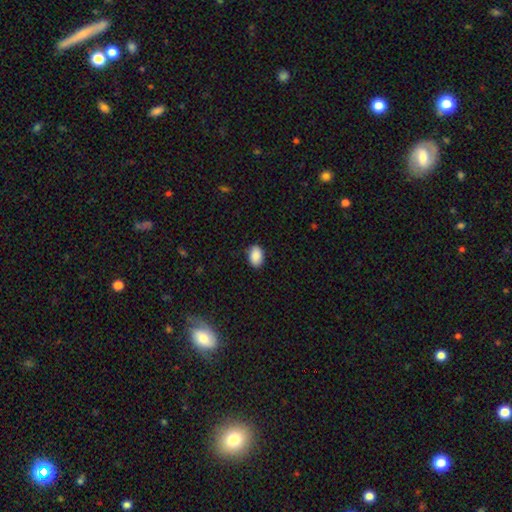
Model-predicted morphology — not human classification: Smooth or featured: smooth — 90% (star or artifact — 7%)
How rounded: in between — 87% (round — 11%)
Merging: none — 87% (minor disturbance — 10%)